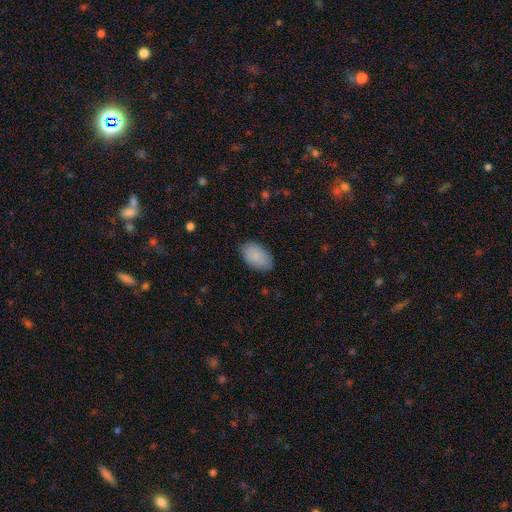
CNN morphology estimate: The model was most divided on "merging": none: 85%, minor disturbance: 12%, major disturbance: 2%, merger: 1%. More confident: how rounded — in between (95%); smooth or featured — smooth (90%).